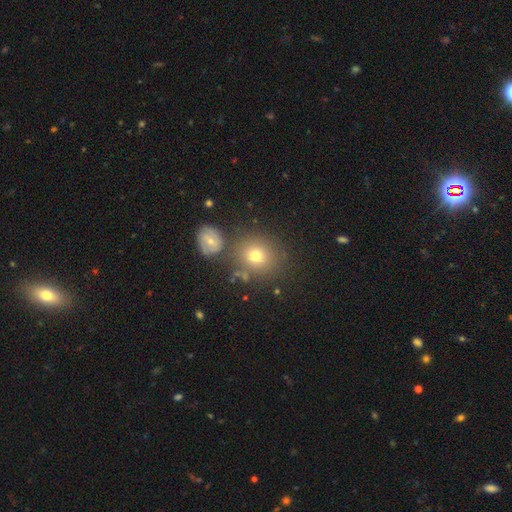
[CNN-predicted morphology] A smooth galaxy with no disk features (73%) that is round (84%). Merging: none (75%).